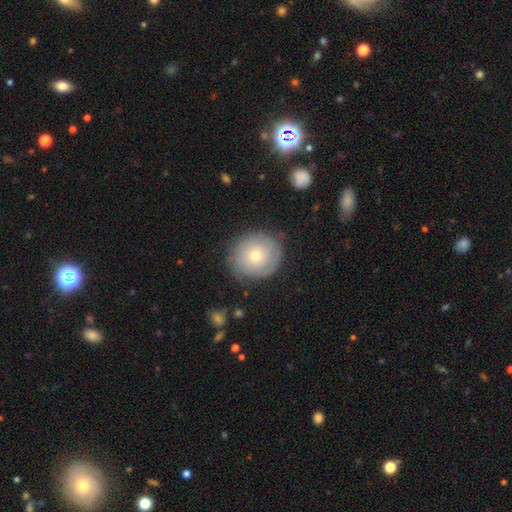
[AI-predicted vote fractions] Morphology: type=smooth (53%); roundness=round (90%); merging=none (79%).